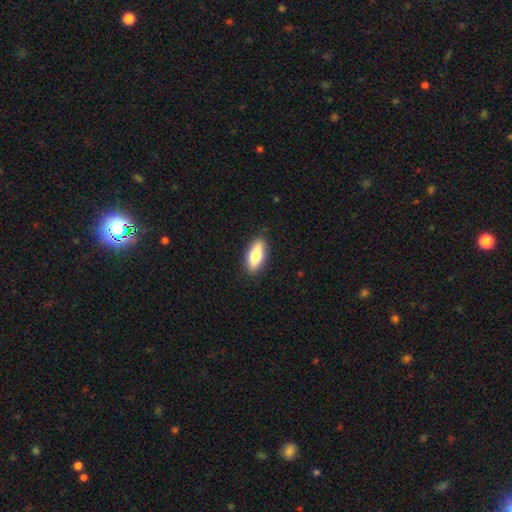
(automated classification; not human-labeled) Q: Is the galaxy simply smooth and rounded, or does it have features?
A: smooth — 70%.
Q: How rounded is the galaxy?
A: in between — 72%.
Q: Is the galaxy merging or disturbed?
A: none — 88%.